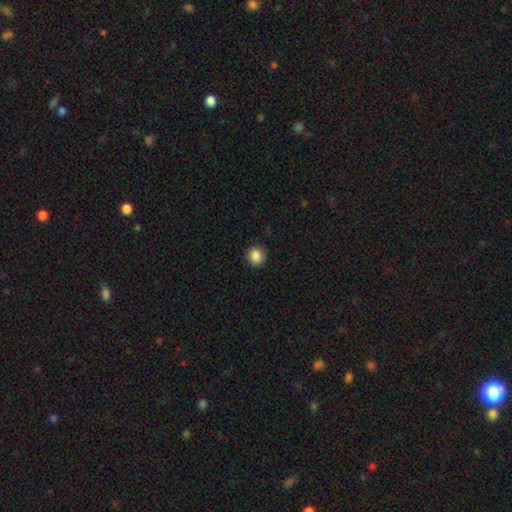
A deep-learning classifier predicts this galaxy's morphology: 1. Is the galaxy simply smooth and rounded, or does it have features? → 87% smooth, 9% star or artifact, 4% featured or disk.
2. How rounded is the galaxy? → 87% round, 12% in between, 1% cigar-shaped.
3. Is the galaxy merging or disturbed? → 88% none, 9% minor disturbance, 2% major disturbance, 1% merger.